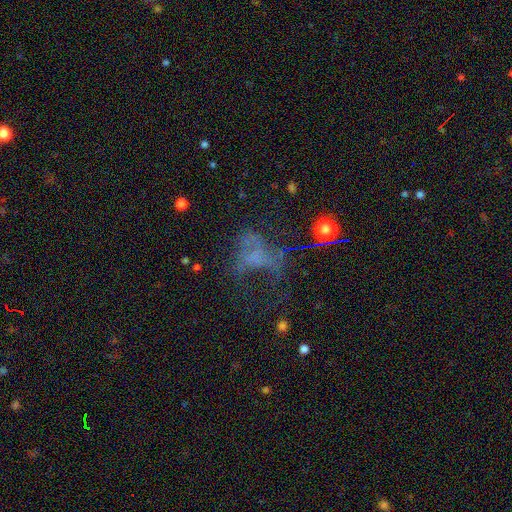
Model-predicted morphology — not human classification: Overall: featured or disk (41%; star or artifact 31%). Merging: major disturbance (47%; none 31%).